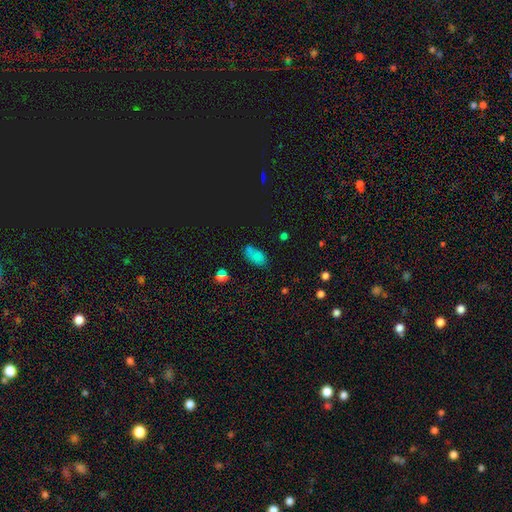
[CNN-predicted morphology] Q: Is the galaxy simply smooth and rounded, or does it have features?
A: smooth — 67%.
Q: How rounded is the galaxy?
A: in between — 88%.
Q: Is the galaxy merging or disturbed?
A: none — 52%.